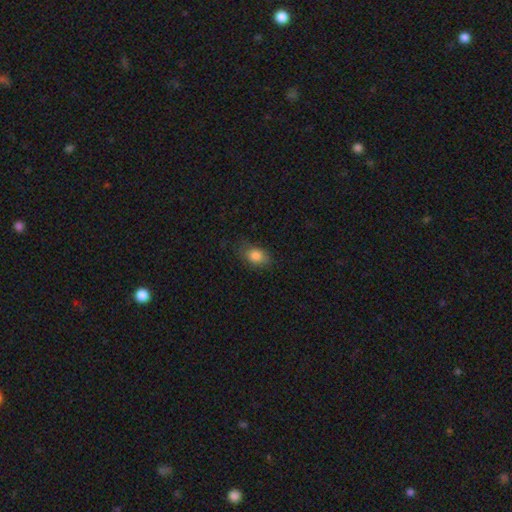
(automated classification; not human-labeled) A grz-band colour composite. It shows a smooth galaxy with no disk features (83%) that is in between round and cigar-shaped (77%). Merging: none (70%).